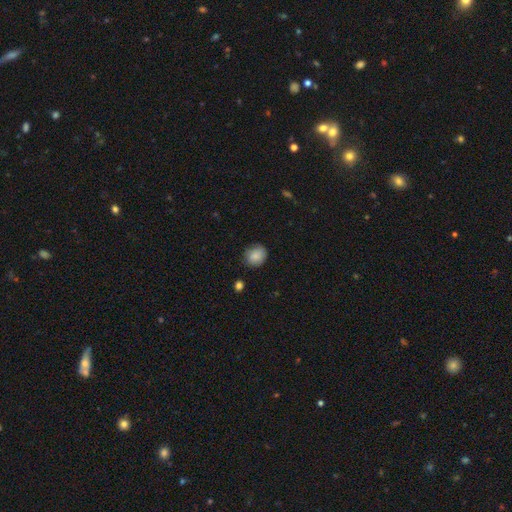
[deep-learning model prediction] smooth_or_featured: smooth (p=0.86) [alt: star or artifact p=0.08]
how_rounded: round (p=0.75) [alt: in between p=0.24]
merging: none (p=0.79) [alt: minor disturbance p=0.16]